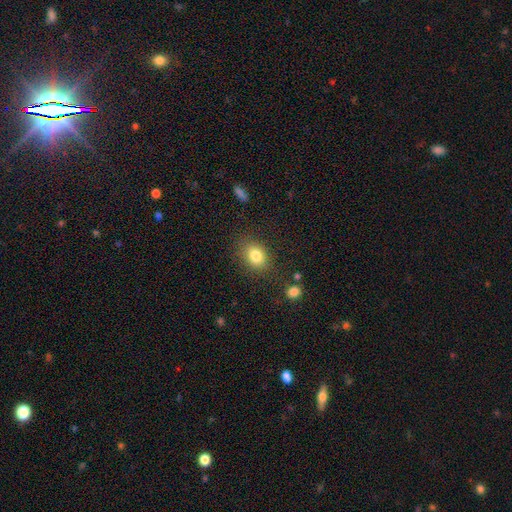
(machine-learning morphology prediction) Smooth or featured? Predicted: smooth (p=0.82). How rounded? Predicted: in between (p=0.63). Merging? Predicted: none (p=0.81).